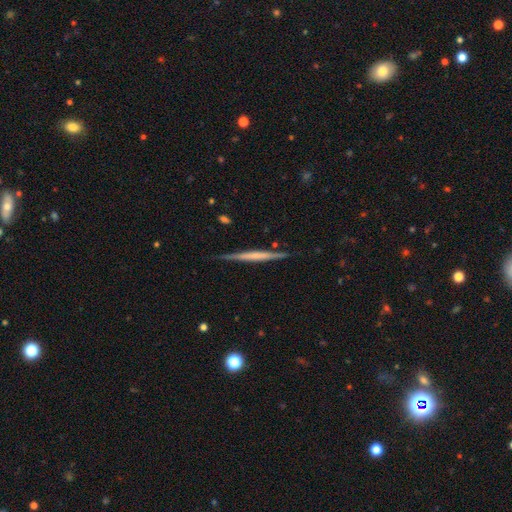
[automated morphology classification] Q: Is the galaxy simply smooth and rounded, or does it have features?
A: featured or disk — 64%.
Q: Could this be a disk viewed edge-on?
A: yes — 97%.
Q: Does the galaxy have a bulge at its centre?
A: none — 70%.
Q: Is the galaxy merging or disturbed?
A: none — 87%.